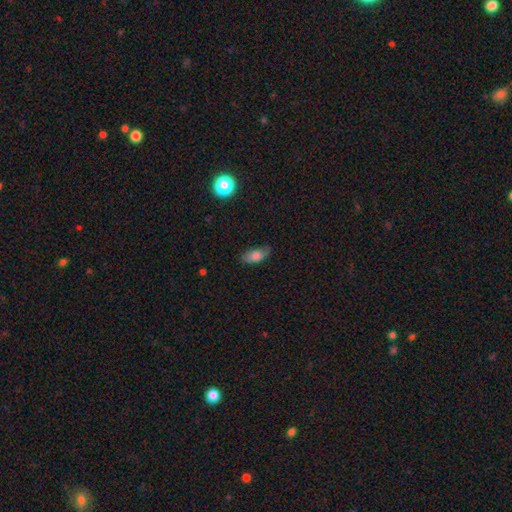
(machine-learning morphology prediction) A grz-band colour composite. It shows a smooth galaxy with no disk features (75%) that is in between round and cigar-shaped (84%). Merging: none (67%).